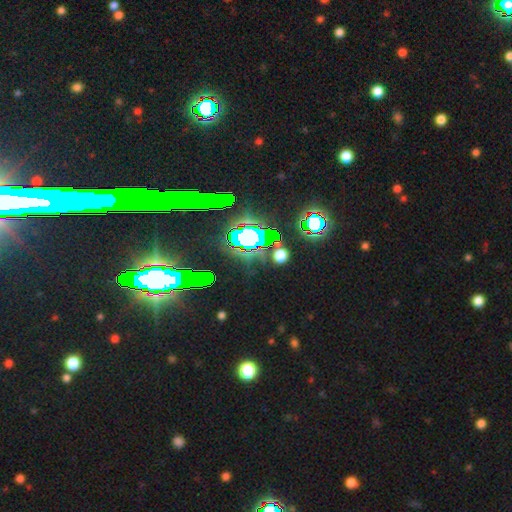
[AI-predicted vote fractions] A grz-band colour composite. It shows a star or artifact, not a galaxy (82%).